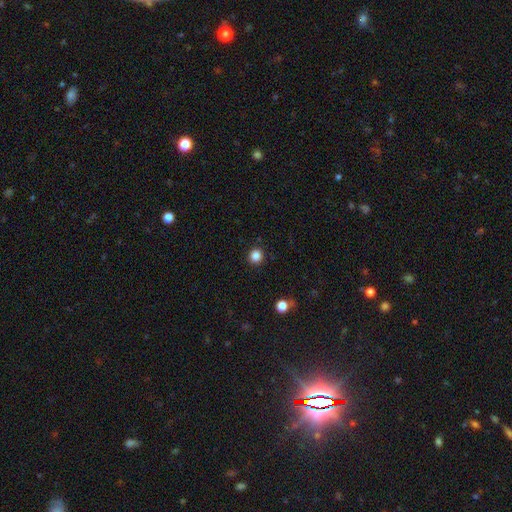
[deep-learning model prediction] The model was most divided on "smooth or featured": smooth: 85%, star or artifact: 12%, featured or disk: 3%. More confident: how rounded — round (93%); merging — none (92%).